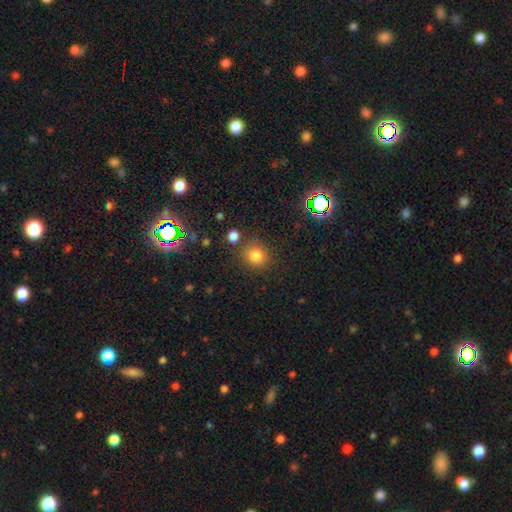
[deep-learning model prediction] smooth-or-featured: smooth: 81% | star or artifact: 14% | featured or disk: 5%
  how-rounded: round: 83% | in between: 16% | cigar-shaped: 1%
  merging: none: 78% | minor disturbance: 11% | merger: 6% | major disturbance: 4%